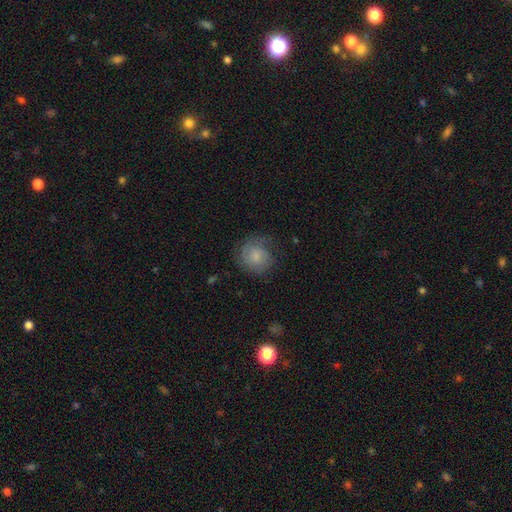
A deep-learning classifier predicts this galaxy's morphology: The model was most divided on "smooth or featured": smooth: 60%, featured or disk: 32%, star or artifact: 8%. More confident: how rounded — round (85%); merging — none (65%).